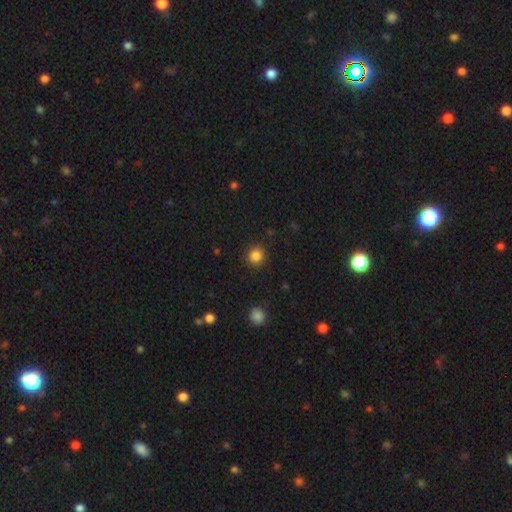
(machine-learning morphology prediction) Smooth or featured? smooth (85%)
How rounded? round (89%)
Merging? none (90%)